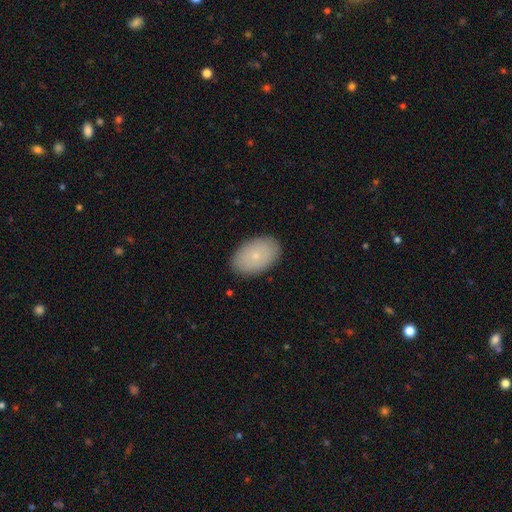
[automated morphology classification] smooth_or_featured: smooth (p=0.76) [alt: featured or disk p=0.16]
how_rounded: in between (p=0.90) [alt: round p=0.09]
merging: none (p=0.88) [alt: minor disturbance p=0.09]